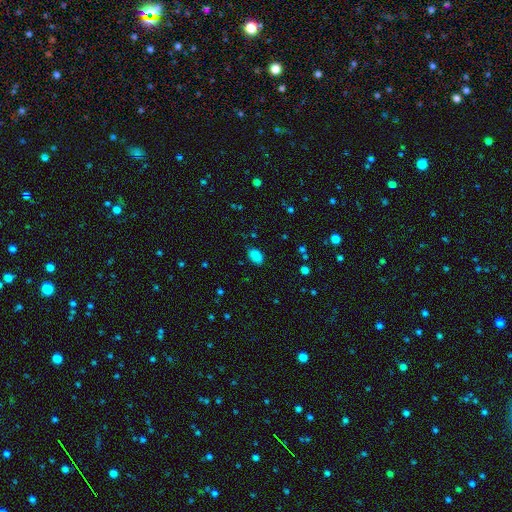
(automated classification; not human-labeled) smooth 84%, star or artifact 13%, featured or disk 4%. Down the decision tree: how rounded — in between (88%); merging — none (81%).